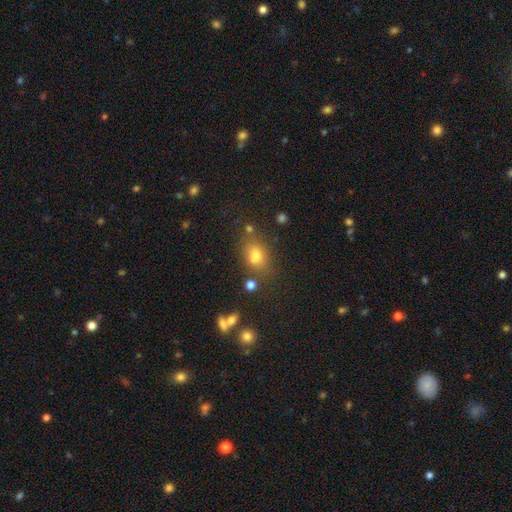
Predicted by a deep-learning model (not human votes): Overall: smooth (70%). How rounded: in between (65%; round 32%). Merging: none (66%).